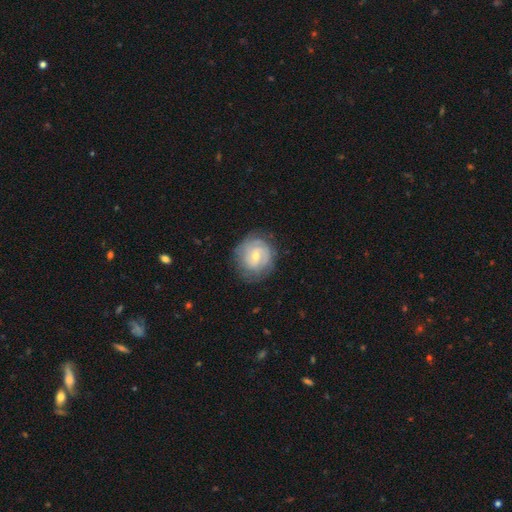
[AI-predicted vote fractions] A featured or disk galaxy (68%) with no bar (51%), tight (67%) spiral arms (85%) and a small central bulge (52%).

Vote fractions:
- Smooth or featured? featured or disk: 68% / smooth: 26% / star or artifact: 7%
- Edge-on disk? no: 97% / yes: 3%
- Bar? no: 51% / weak: 41% / strong: 7%
- Spiral arms? yes: 85% / no: 15%
- Spiral winding? tight: 67% / medium: 25% / loose: 8%
- Spiral arm count? can't tell: 43% / 2: 33% / 3: 12% / 1: 5% / 4: 5% / more than 4: 3%
- Bulge size? small: 52% / moderate: 44% / large: 2% / none: 1% / dominant: 1%
- Merging? none: 75% / minor disturbance: 17% / major disturbance: 7% / merger: 1%